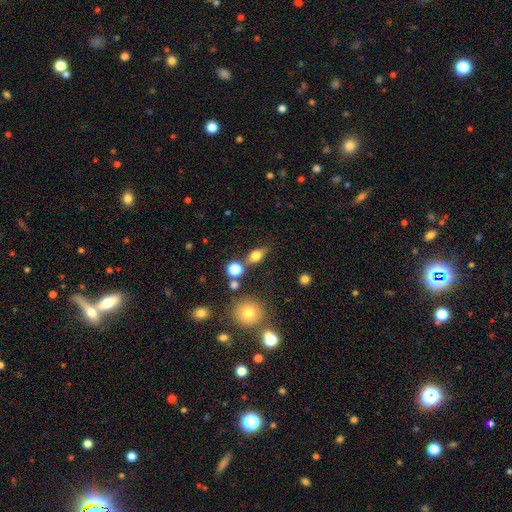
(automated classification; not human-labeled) smooth 64%, featured or disk 22%, star or artifact 14%. Down the decision tree: how rounded — in between (57%); merging — none (68%).